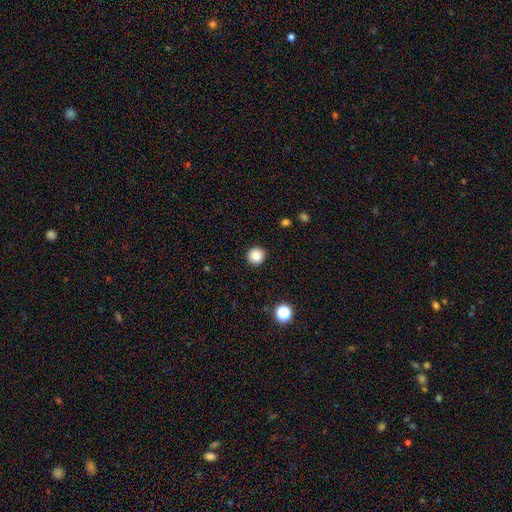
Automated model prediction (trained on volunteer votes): smooth-or-featured: smooth: 85% | star or artifact: 11% | featured or disk: 4%
  how-rounded: round: 94% | in between: 5% | cigar-shaped: 1%
  merging: none: 93% | minor disturbance: 5% | major disturbance: 2% | merger: 1%